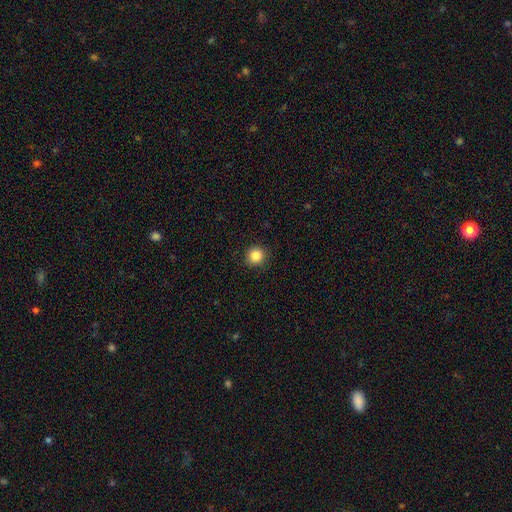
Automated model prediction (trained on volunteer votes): Overall: smooth (86%). How rounded: round (93%). Merging: none (91%).